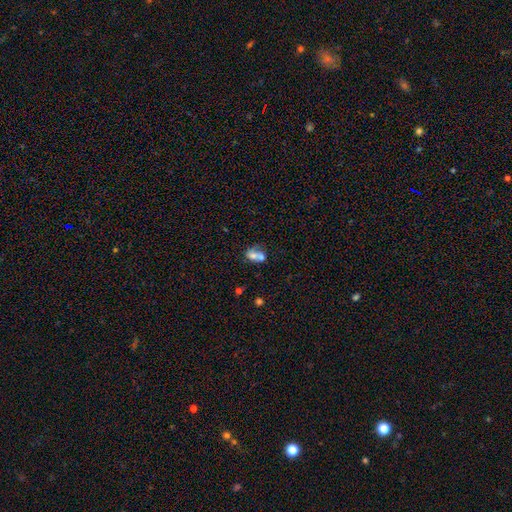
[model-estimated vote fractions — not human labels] This is possibly a smooth galaxy (59%). How rounded: likely in between (67%). Merging: likely merger (62%).